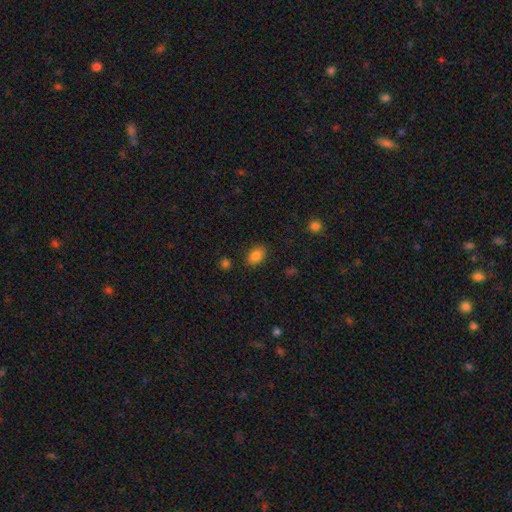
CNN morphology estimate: This appears to be a smooth galaxy with no disk features (84%) that is in between round and cigar-shaped (81%). Merging: none (83%).